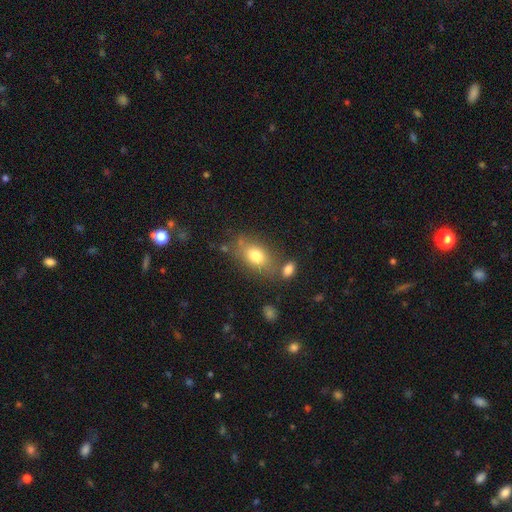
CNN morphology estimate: The model was most divided on "merging": none: 62%, minor disturbance: 18%, merger: 13%, major disturbance: 7%. More confident: how rounded — in between (84%); smooth or featured — smooth (78%).